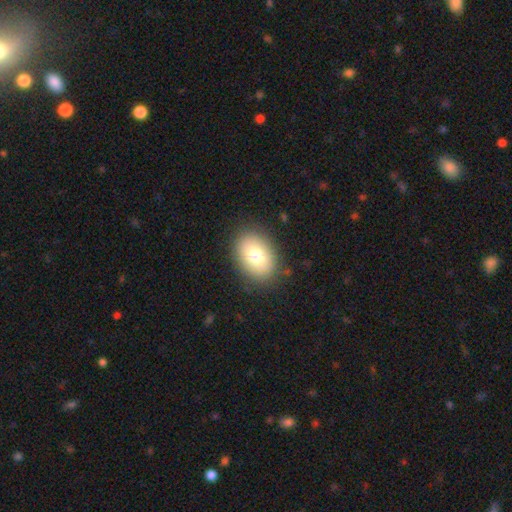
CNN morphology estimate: smooth-or-featured: smooth: 78% | featured or disk: 13% | star or artifact: 8%
  how-rounded: in between: 78% | round: 21% | cigar-shaped: 1%
  merging: none: 86% | minor disturbance: 10% | major disturbance: 3% | merger: 1%